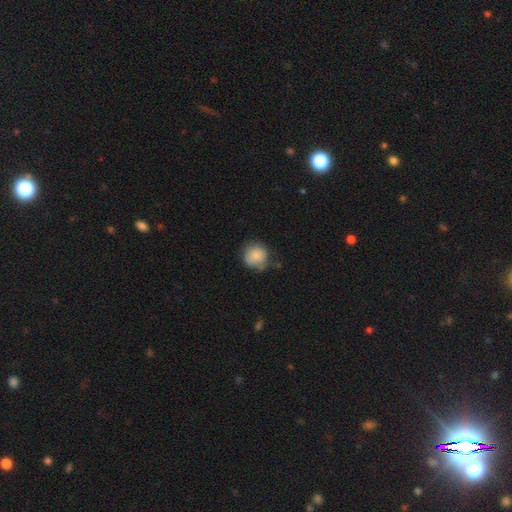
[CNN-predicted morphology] Q: Smooth or featured?
A: smooth (83%); runner-up: featured or disk (9%)
Q: How rounded?
A: round (89%); runner-up: in between (10%)
Q: Merging?
A: none (65%); runner-up: minor disturbance (25%)